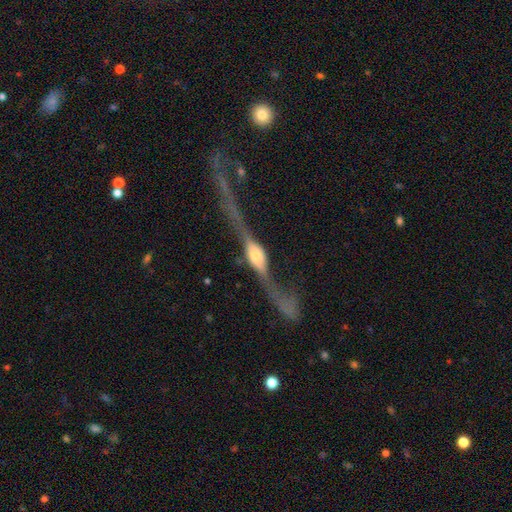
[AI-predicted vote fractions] A featured or disk galaxy (82%) viewed edge-on (78%) with a rounded central bulge (91%).

Vote fractions:
- Smooth or featured? featured or disk: 82% / smooth: 12% / star or artifact: 5%
- Edge-on disk? yes: 78% / no: 22%
- Edge-on bulge? rounded: 91% / boxy: 6% / none: 3%
- Merging? none: 41% / major disturbance: 33% / minor disturbance: 18% / merger: 7%